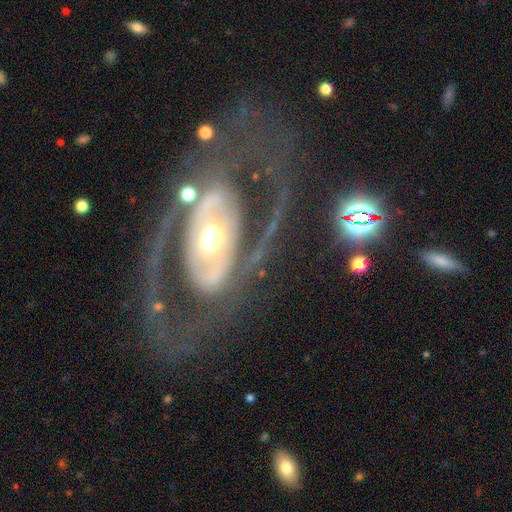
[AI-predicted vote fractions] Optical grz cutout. It shows a featured or disk galaxy (83%) with no bar (51%), spiral arms (58%) and a moderate central bulge (62%). Merging: none (72%).